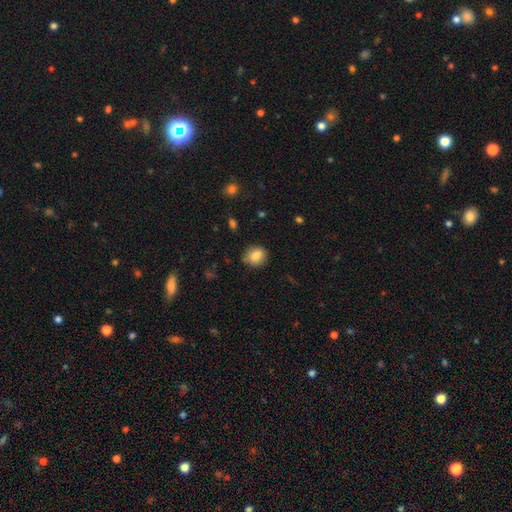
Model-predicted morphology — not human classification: type=smooth (83%); roundness=round (71%); merging=none (82%).